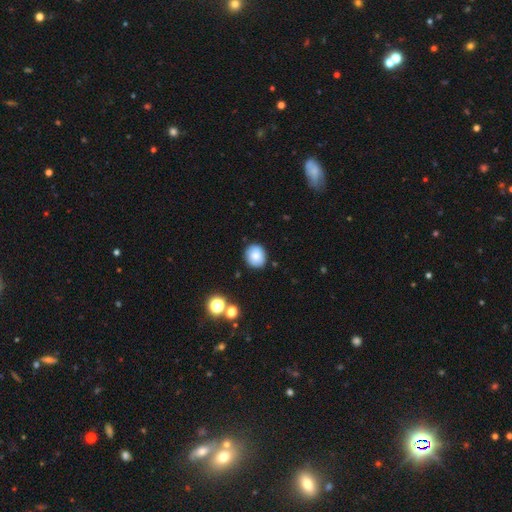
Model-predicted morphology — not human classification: smooth 84%, star or artifact 9%, featured or disk 7%. Down the decision tree: how rounded — round (70%); merging — none (87%).